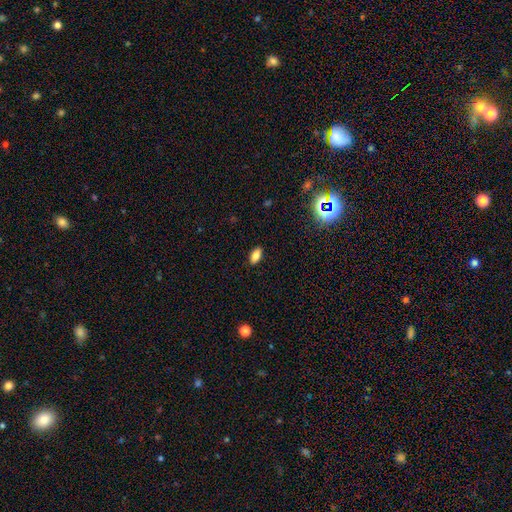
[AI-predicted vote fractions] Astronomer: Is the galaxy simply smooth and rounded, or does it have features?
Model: smooth — 82%.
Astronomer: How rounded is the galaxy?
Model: in between — 88%.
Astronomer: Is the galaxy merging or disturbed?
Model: none — 88%.